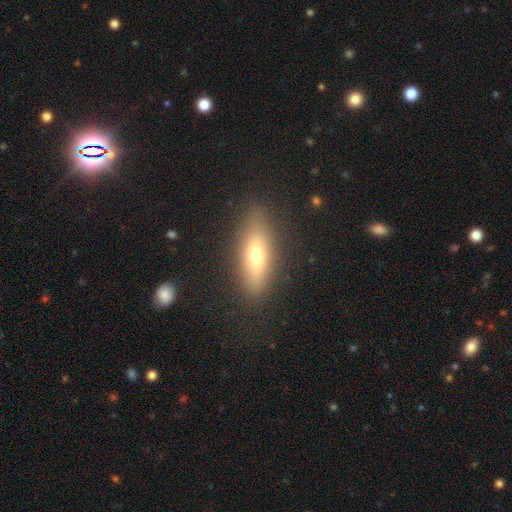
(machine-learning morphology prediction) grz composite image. It shows a smooth galaxy with no disk features (61%) that is cigar-shaped (49%). Merging: none (86%).